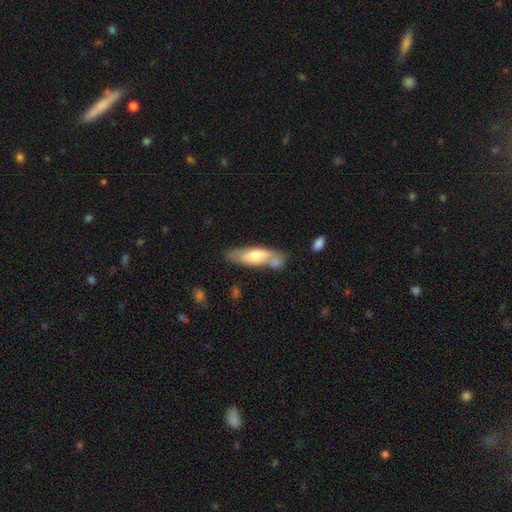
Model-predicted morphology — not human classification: A smooth galaxy with no disk features (60%) that is cigar-shaped (49%, tied with in between). Merging: none (55%).